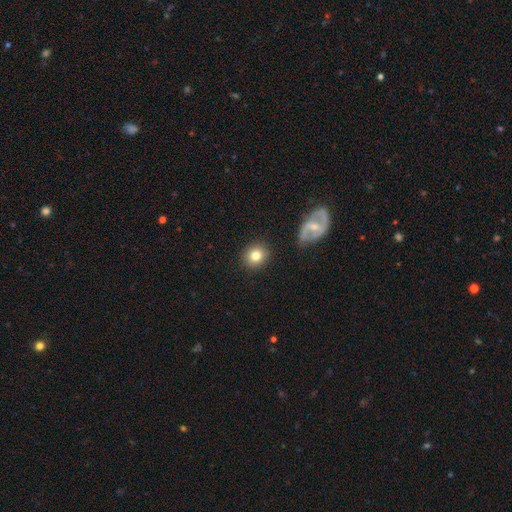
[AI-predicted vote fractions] Smooth or featured? Predicted: smooth (p=0.80). How rounded? Predicted: round (p=0.81). Merging? Predicted: none (p=0.86).